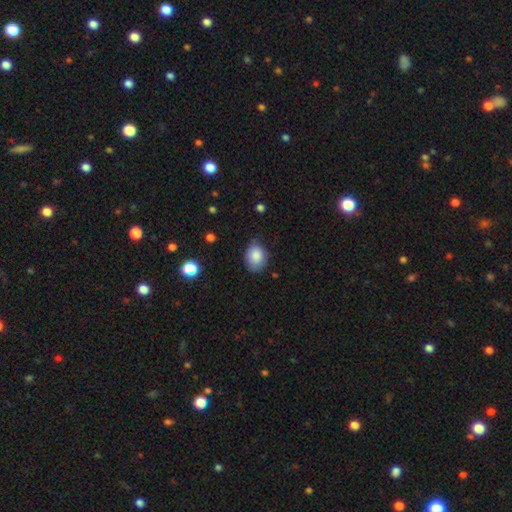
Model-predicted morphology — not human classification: Smooth or featured? Predicted: smooth (p=0.85). How rounded? Predicted: in between (p=0.63). Merging? Predicted: none (p=0.69).